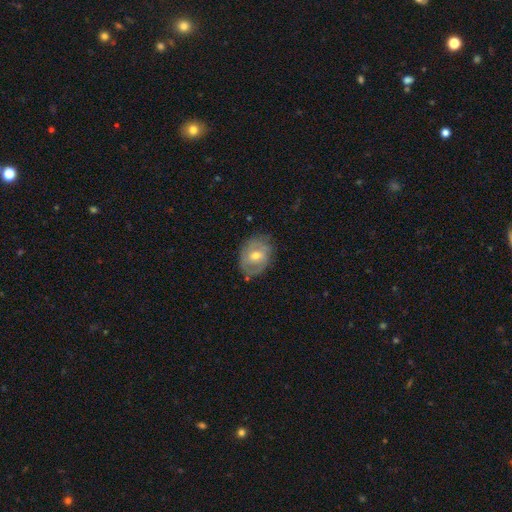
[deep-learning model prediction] Smooth or featured? Predicted: featured or disk (p=0.61). Edge-on disk? Predicted: no (p=0.95). Bar? Predicted: no (p=0.45). Spiral arms? Predicted: yes (p=0.72). Bulge size? Predicted: moderate (p=0.67). Merging? Predicted: none (p=0.68).